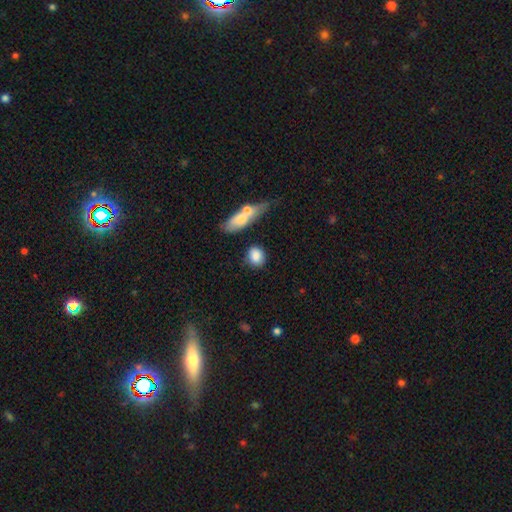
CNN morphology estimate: Smooth or featured? Predicted: smooth (p=0.84). How rounded? Predicted: round (p=0.54). Merging? Predicted: none (p=0.69).